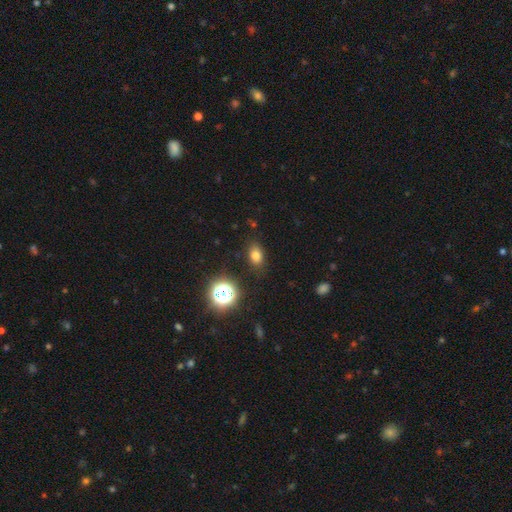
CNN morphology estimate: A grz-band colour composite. It shows a smooth galaxy with no disk features (74%) that is in between round and cigar-shaped (76%). Merging: none (85%).